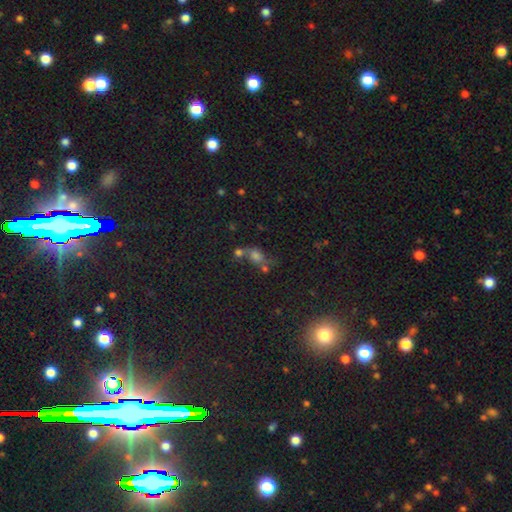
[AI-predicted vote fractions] This appears to be a smooth galaxy with no disk features (54%) that is round (51%). Merging: none (40%).